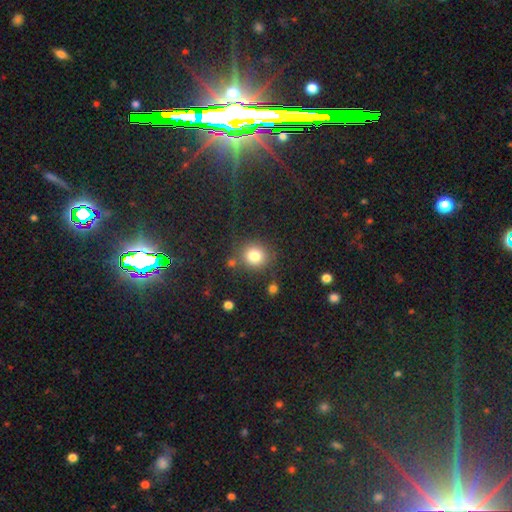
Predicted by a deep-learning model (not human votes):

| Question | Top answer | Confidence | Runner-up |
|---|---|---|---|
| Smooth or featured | smooth | 71% | star or artifact (22%) |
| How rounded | round | 91% | in between (8%) |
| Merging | none | 84% | minor disturbance (8%) |